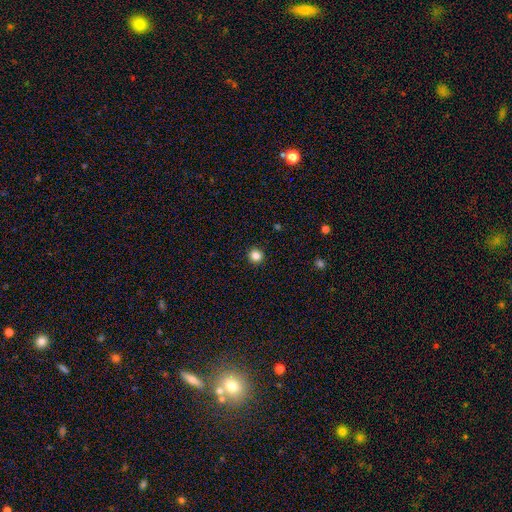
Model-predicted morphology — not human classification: Smooth or featured: smooth — 85% (star or artifact — 11%)
How rounded: round — 94% (in between — 5%)
Merging: none — 93% (minor disturbance — 4%)